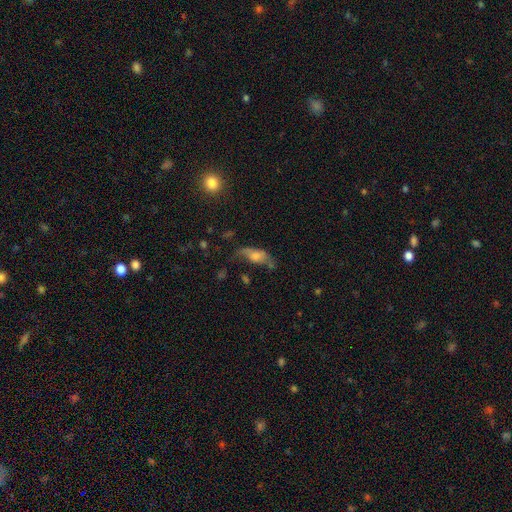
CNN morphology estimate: This is likely a smooth galaxy (60%). How rounded: likely in between (76%). Merging: marginally none (38%).